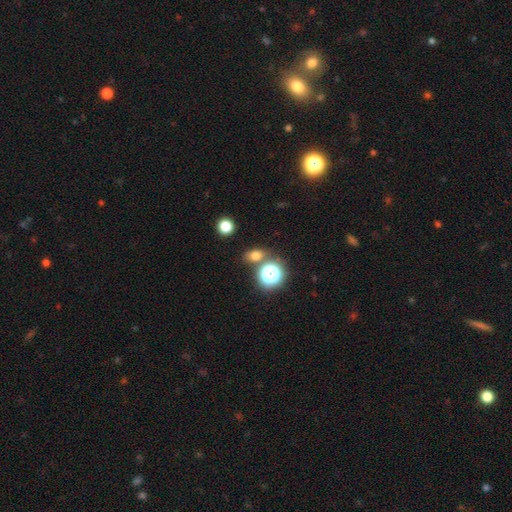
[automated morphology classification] Smooth or featured? Predicted: smooth (p=0.68). How rounded? Predicted: in between (p=0.54). Merging? Predicted: none (p=0.75).